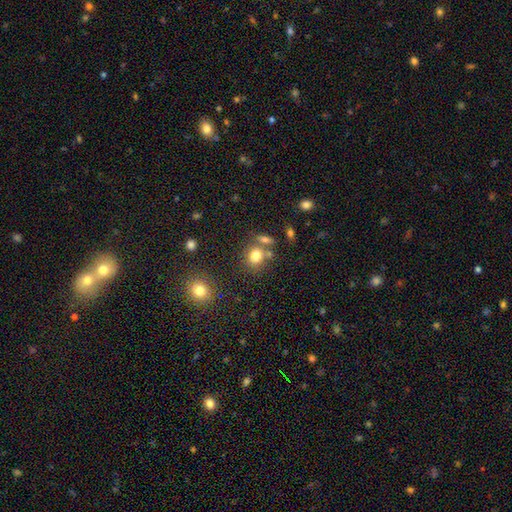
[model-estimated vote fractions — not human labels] A smooth galaxy with no disk features (78%) that is round (65%).

Vote fractions:
- Smooth or featured? smooth: 78% / star or artifact: 13% / featured or disk: 9%
- How rounded? round: 65% / in between: 34% / cigar-shaped: 1%
- Merging? none: 60% / merger: 23% / minor disturbance: 12% / major disturbance: 5%